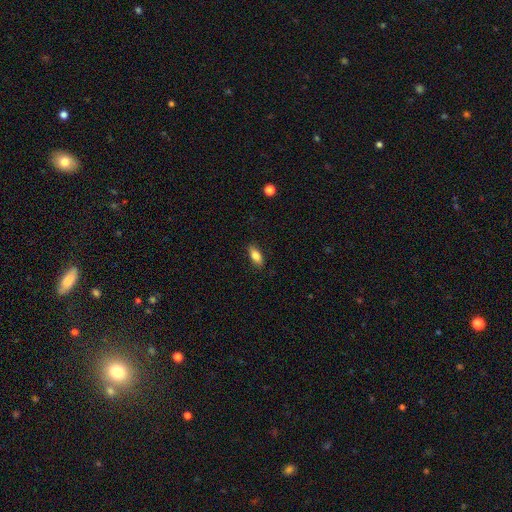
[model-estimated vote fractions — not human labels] Q: Smooth or featured?
A: smooth (79%); runner-up: featured or disk (13%)
Q: How rounded?
A: in between (80%); runner-up: cigar-shaped (17%)
Q: Merging?
A: none (86%); runner-up: minor disturbance (11%)